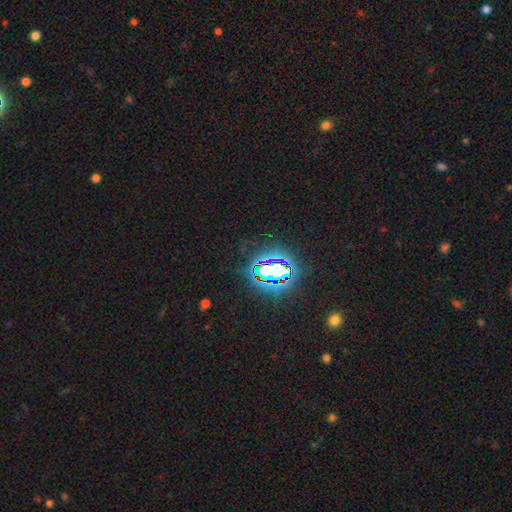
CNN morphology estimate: type=star or artifact (81%).